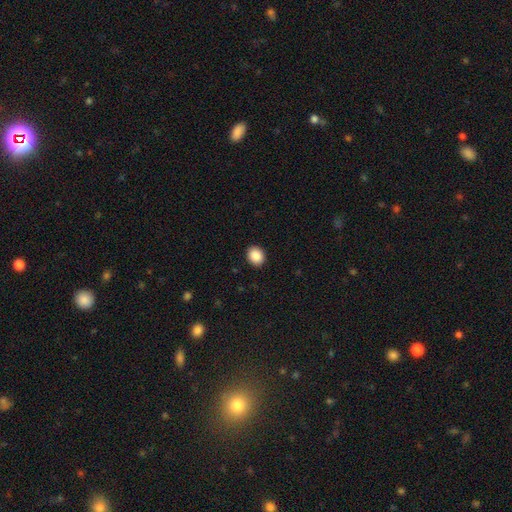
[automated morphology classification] Smooth or featured? Predicted: smooth (p=0.89). How rounded? Predicted: round (p=0.58). Merging? Predicted: none (p=0.91).